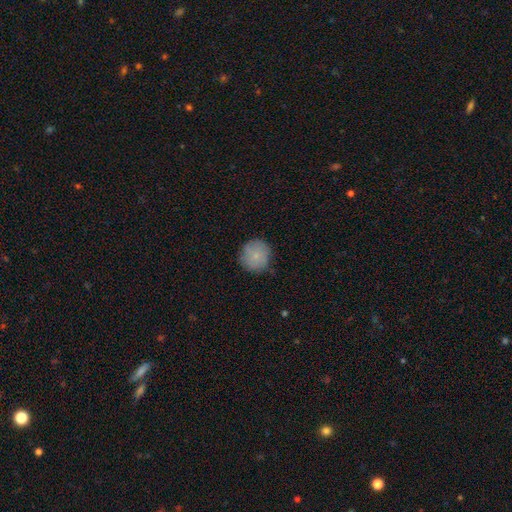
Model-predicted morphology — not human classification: Smooth or featured?
  - smooth: 81% *
  - featured or disk: 12%
  - star or artifact: 7%
How rounded?
  - round: 94% *
  - in between: 5%
  - cigar-shaped: 1%
Merging?
  - none: 82% *
  - minor disturbance: 14%
  - major disturbance: 3%
  - merger: 1%